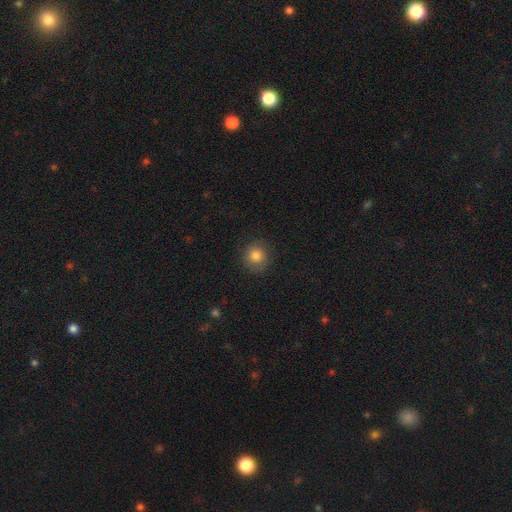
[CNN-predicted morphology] smooth-or-featured: smooth: 83% | star or artifact: 11% | featured or disk: 6%
  how-rounded: round: 90% | in between: 9% | cigar-shaped: 1%
  merging: none: 85% | minor disturbance: 11% | major disturbance: 3% | merger: 1%